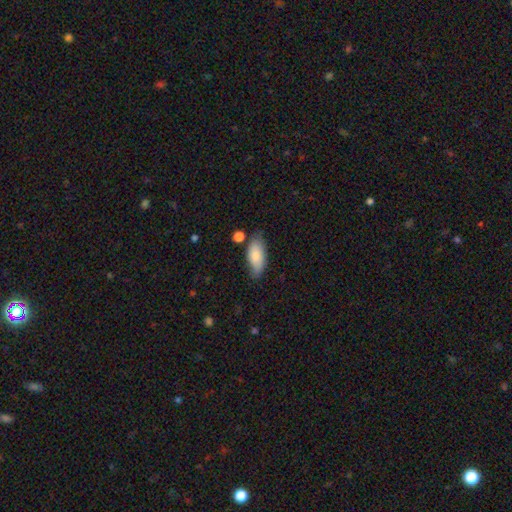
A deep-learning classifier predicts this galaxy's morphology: smooth-or-featured: smooth: 79% | featured or disk: 15% | star or artifact: 7%
  how-rounded: in between: 87% | cigar-shaped: 11% | round: 3%
  merging: none: 69% | minor disturbance: 22% | merger: 5% | major disturbance: 4%